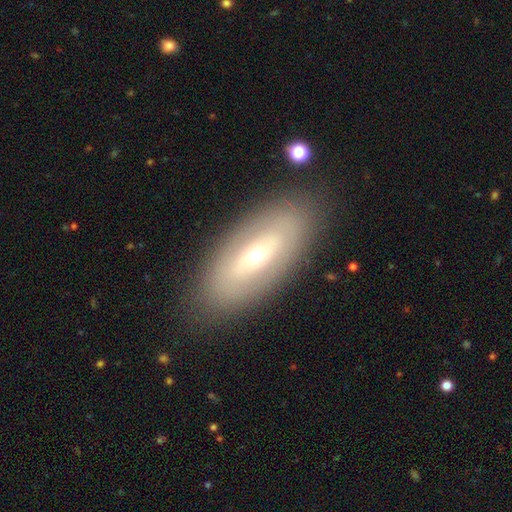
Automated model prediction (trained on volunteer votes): smooth-or-featured: featured or disk: 56% | smooth: 37% | star or artifact: 8%
  disk-edge-on: no: 81% | yes: 19%
  merging: none: 86% | minor disturbance: 9% | major disturbance: 3% | merger: 2%